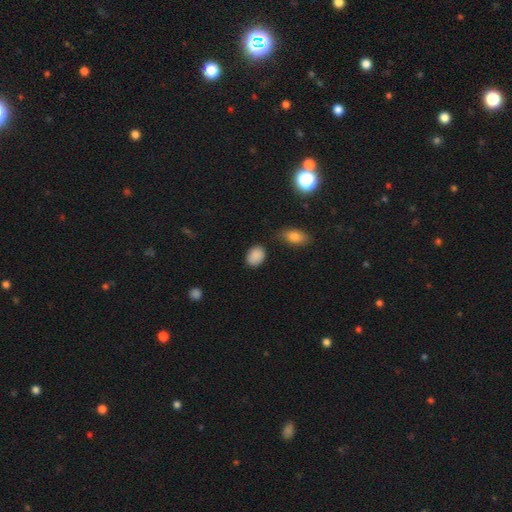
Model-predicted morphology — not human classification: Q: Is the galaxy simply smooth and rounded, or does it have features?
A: smooth — 88%.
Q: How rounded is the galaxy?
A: in between — 70%.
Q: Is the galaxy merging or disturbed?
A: none — 78%.